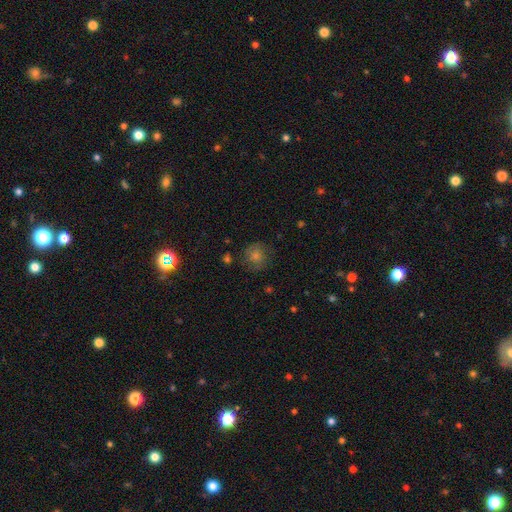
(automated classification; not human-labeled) This appears to be a smooth galaxy with no disk features (47%). Merging: none (79%).